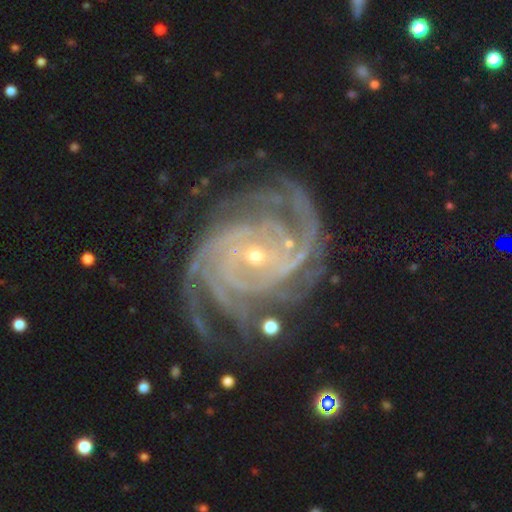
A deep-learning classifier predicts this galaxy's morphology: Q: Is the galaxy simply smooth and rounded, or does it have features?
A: featured or disk — 93%.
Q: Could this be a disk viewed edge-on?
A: no — 98%.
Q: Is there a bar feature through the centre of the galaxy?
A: no — 53%.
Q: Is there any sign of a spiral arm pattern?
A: yes — 99%.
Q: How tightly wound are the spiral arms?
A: tight — 72%.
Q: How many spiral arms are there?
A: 4 — 30%.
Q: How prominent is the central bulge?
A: small — 78%.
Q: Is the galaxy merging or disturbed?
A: none — 71%.